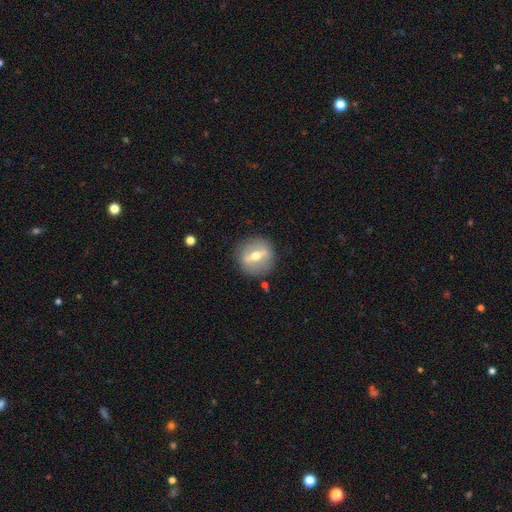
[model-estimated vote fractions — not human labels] A featured or disk galaxy (62%). Merging: none (85%).